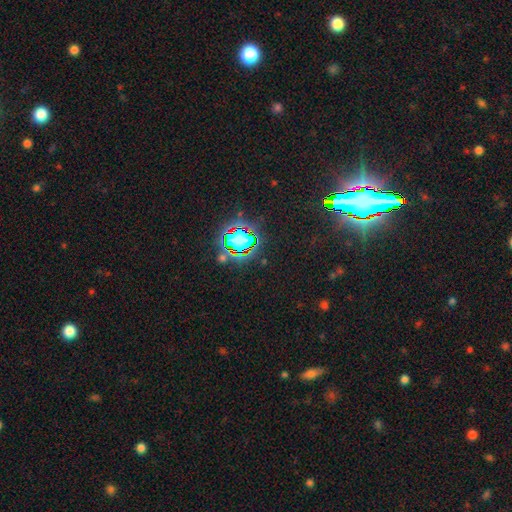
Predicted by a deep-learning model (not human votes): smooth-or-featured: star or artifact: 84% | smooth: 9% | featured or disk: 7%